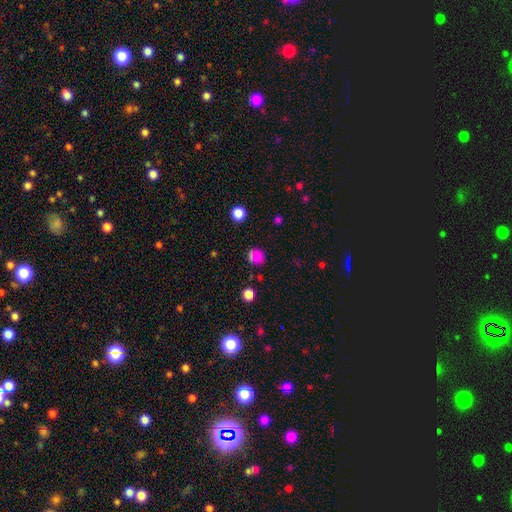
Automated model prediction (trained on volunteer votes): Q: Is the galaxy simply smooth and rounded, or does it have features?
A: smooth — 70%.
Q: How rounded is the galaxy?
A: round — 84%.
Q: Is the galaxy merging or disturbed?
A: none — 76%.